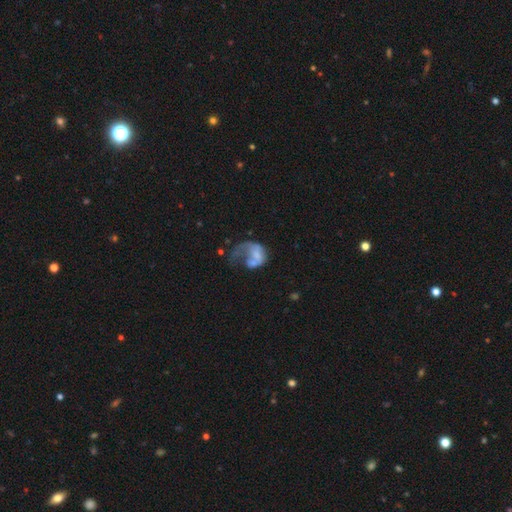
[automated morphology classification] smooth_or_featured: featured or disk (p=0.52) [alt: smooth p=0.38]
disk_edge_on: no (p=0.98) [alt: yes p=0.02]
bar: no (p=0.80) [alt: weak p=0.17]
has_spiral_arms: no (p=0.60) [alt: yes p=0.40]
bulge_size: none (p=0.49) [alt: small p=0.22]
merging: major disturbance (p=0.56) [alt: merger p=0.17]